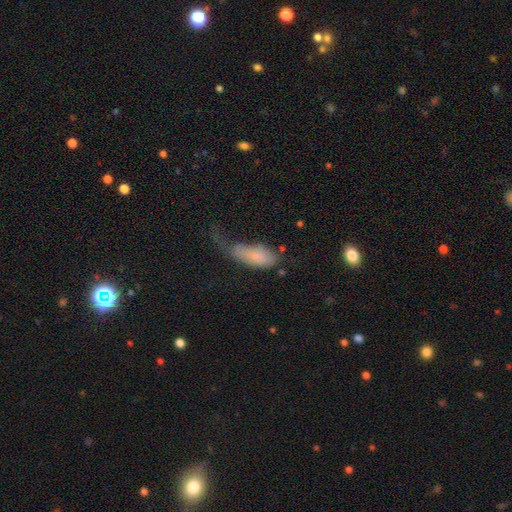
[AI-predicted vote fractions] Morphology: type=smooth (72%); roundness=in between (85%); merging=major disturbance (47%).